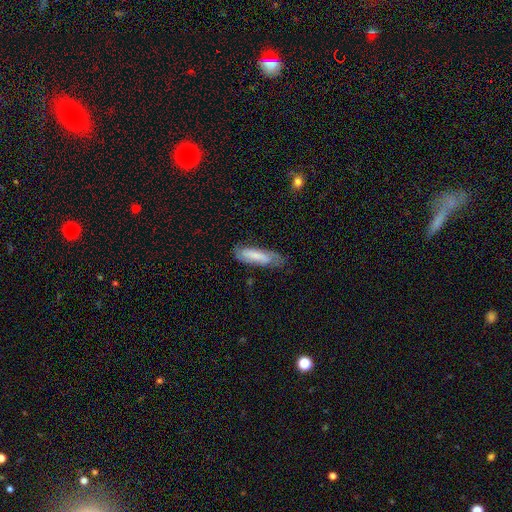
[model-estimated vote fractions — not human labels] smooth 54%, featured or disk 39%, star or artifact 7%. Down the decision tree: how rounded — cigar-shaped (59%); merging — none (62%).